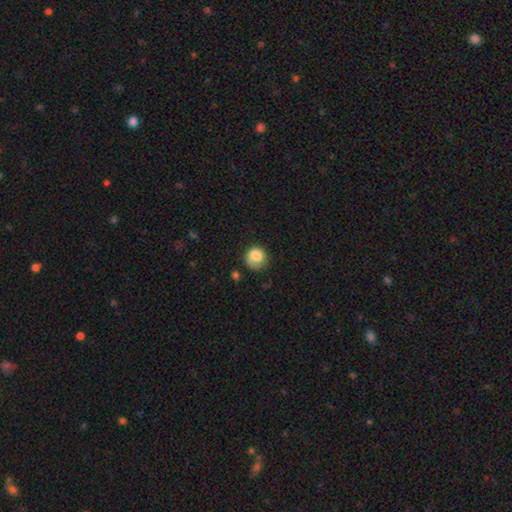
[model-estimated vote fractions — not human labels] smooth_or_featured: smooth (p=0.81) [alt: featured or disk p=0.11]
how_rounded: round (p=0.81) [alt: in between p=0.18]
merging: none (p=0.56) [alt: minor disturbance p=0.28]